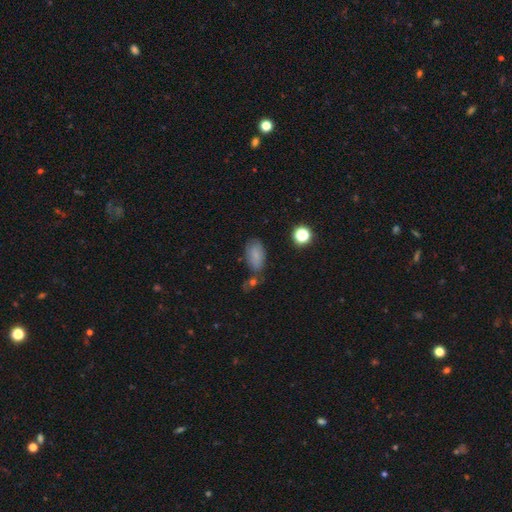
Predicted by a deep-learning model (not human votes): Morphology: type=smooth (75%); roundness=in between (91%); merging=none (61%).